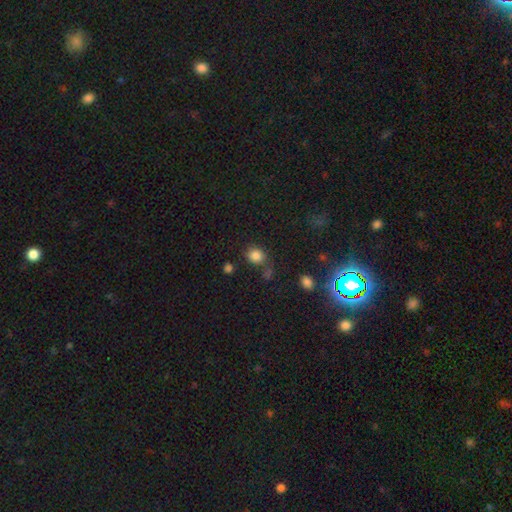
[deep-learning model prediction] The model was most divided on "how rounded": round: 72%, in between: 27%, cigar-shaped: 1%. More confident: smooth or featured — smooth (84%); merging — none (69%).